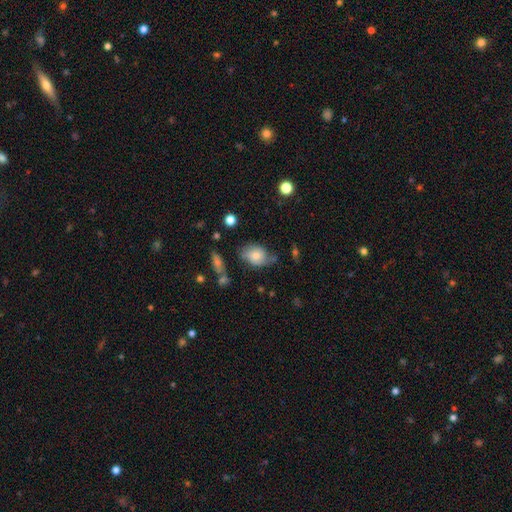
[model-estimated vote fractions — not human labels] The model was most divided on "merging": none: 51%, minor disturbance: 32%, major disturbance: 12%, merger: 5%. More confident: how rounded — in between (71%); smooth or featured — smooth (58%).